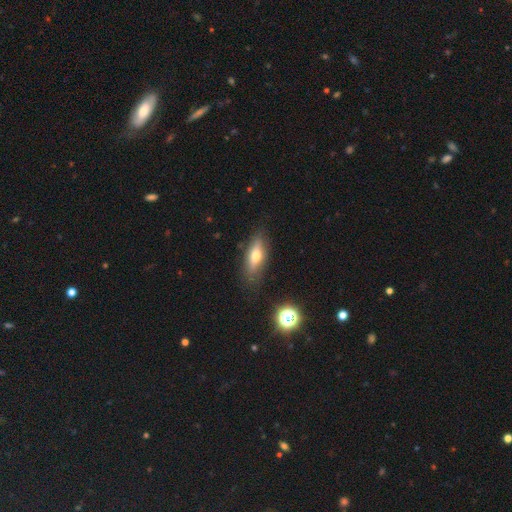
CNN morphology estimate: A smooth galaxy with no disk features (58%) that is in between round and cigar-shaped (58%). Merging: none (80%).